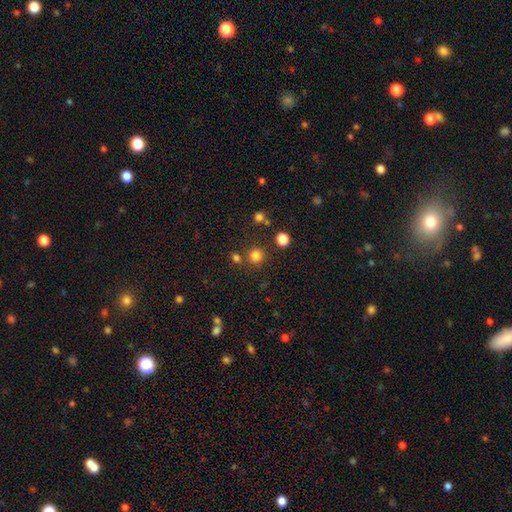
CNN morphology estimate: Q: Smooth or featured?
A: smooth (79%); runner-up: star or artifact (16%)
Q: How rounded?
A: round (91%); runner-up: in between (8%)
Q: Merging?
A: none (80%); runner-up: merger (9%)